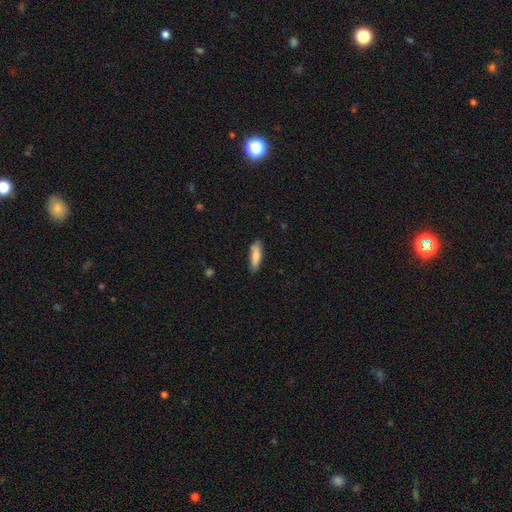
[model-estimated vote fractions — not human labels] Smooth or featured? smooth (81%)
How rounded? cigar-shaped (57%)
Merging? none (80%)